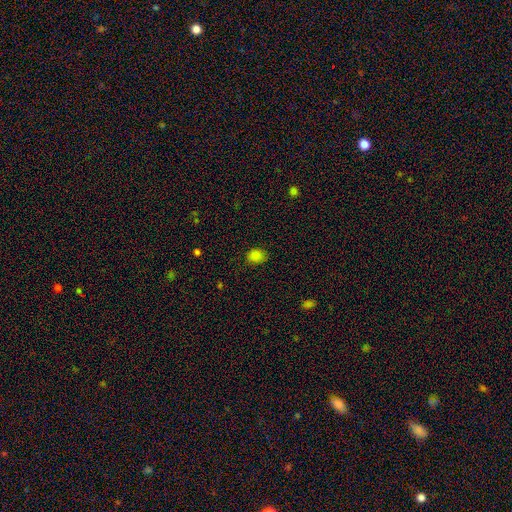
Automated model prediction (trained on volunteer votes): This is clearly a smooth galaxy (83%). How rounded: likely round (60%). Merging: clearly none (83%).